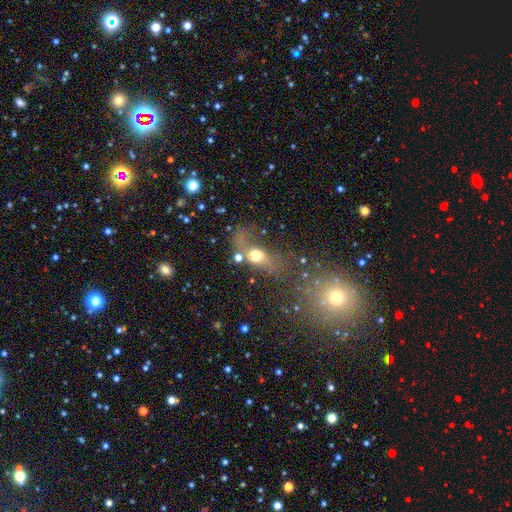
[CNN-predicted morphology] Smooth or featured? Predicted: smooth (p=0.57). How rounded? Predicted: in between (p=0.52). Merging? Predicted: major disturbance (p=0.31).